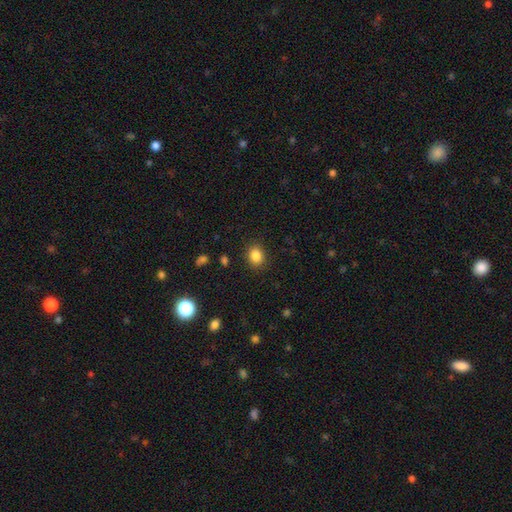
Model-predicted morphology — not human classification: Smooth or featured? Predicted: smooth (p=0.85). How rounded? Predicted: round (p=0.63). Merging? Predicted: none (p=0.88).